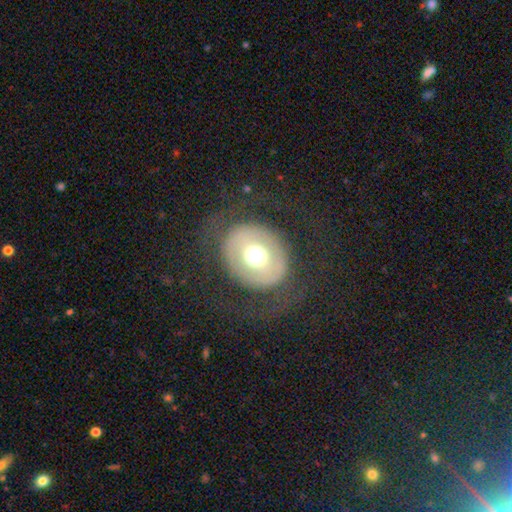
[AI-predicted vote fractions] smooth_or_featured: featured or disk (p=0.49) [alt: smooth p=0.42]
merging: none (p=0.68) [alt: major disturbance p=0.19]